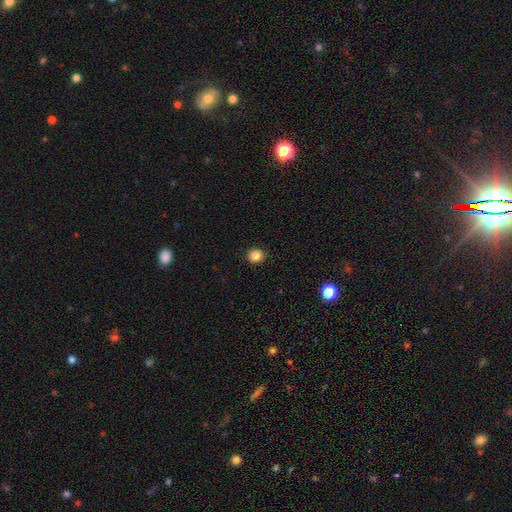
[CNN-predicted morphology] smooth 85%, star or artifact 10%, featured or disk 4%. Down the decision tree: how rounded — round (81%); merging — none (92%).